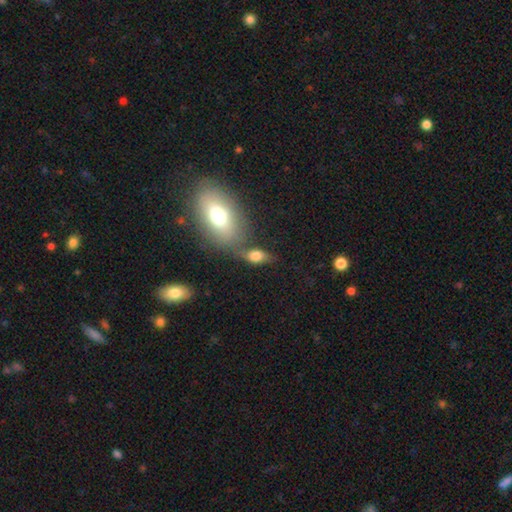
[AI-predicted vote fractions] smooth 71%, featured or disk 18%, star or artifact 11%. Down the decision tree: how rounded — in between (83%); merging — none (44%).